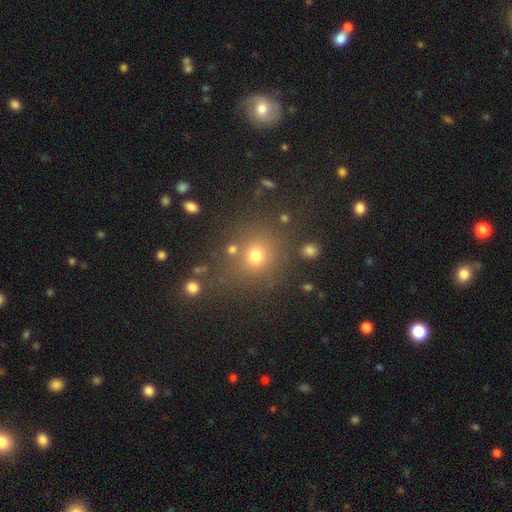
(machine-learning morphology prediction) smooth_or_featured: smooth (p=0.71) [alt: star or artifact p=0.20]
how_rounded: round (p=0.84) [alt: in between p=0.15]
merging: none (p=0.76) [alt: minor disturbance p=0.11]